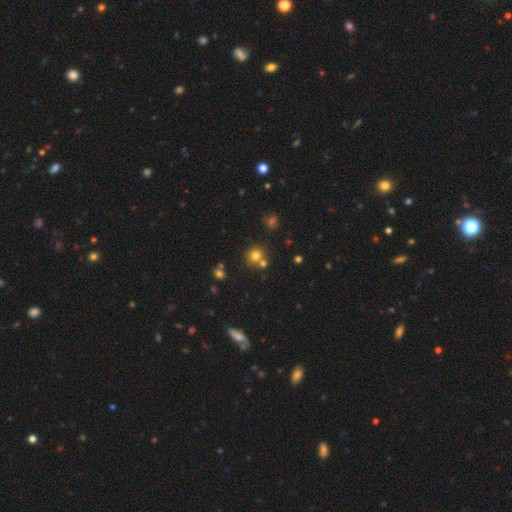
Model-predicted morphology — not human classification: The model was most divided on "merging": none: 66%, merger: 23%, minor disturbance: 8%, major disturbance: 3%. More confident: how rounded — round (87%); smooth or featured — smooth (73%).